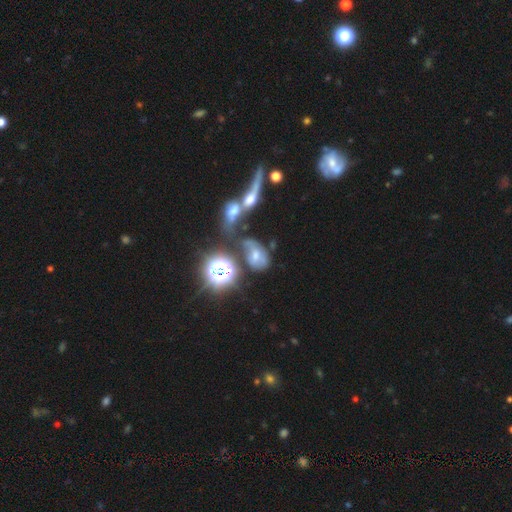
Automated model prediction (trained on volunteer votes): This appears to be a smooth galaxy with no disk features (40%). Merging: merger (34%).